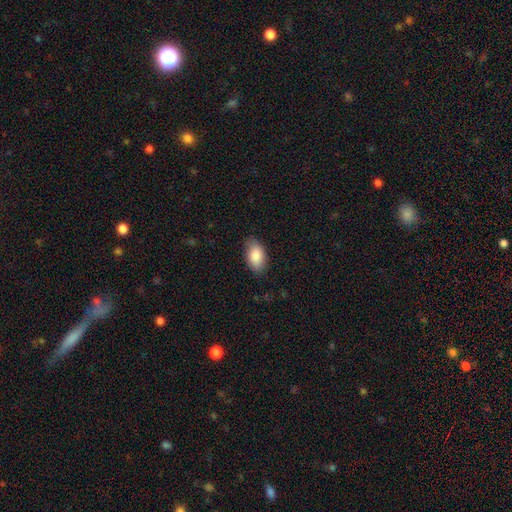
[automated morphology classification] Overall: smooth (86%). How rounded: in between (94%). Merging: none (83%).